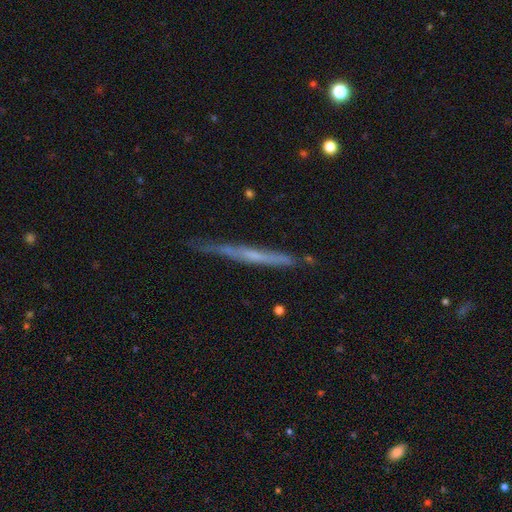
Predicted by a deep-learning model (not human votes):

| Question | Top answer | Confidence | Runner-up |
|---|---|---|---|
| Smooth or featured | featured or disk | 59% | smooth (35%) |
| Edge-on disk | yes | 95% | no (5%) |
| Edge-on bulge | none | 76% | rounded (18%) |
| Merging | none | 74% | minor disturbance (20%) |